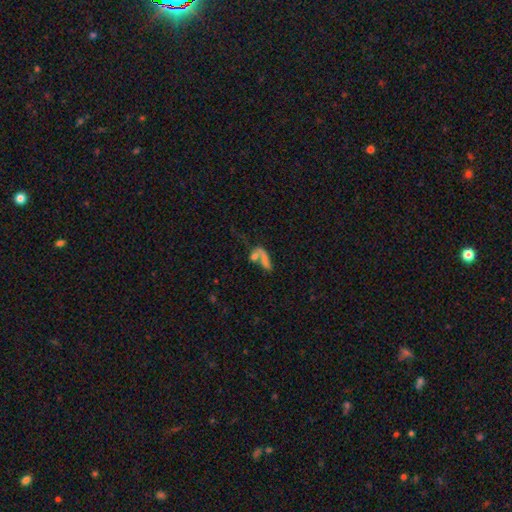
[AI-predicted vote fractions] Smooth or featured? smooth (59%)
How rounded? in between (55%)
Merging? merger (50%)